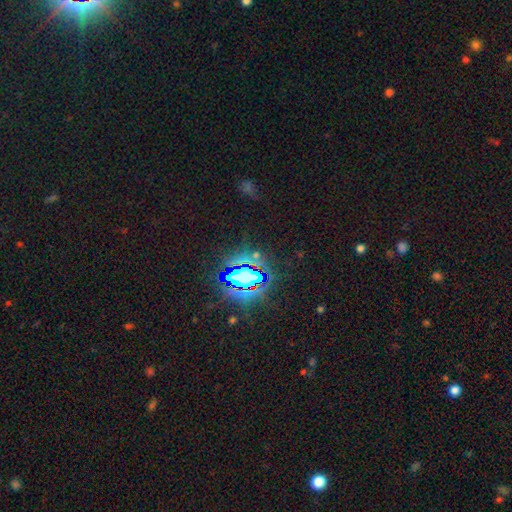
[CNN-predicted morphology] Smooth or featured: star or artifact — 77% (smooth — 14%)